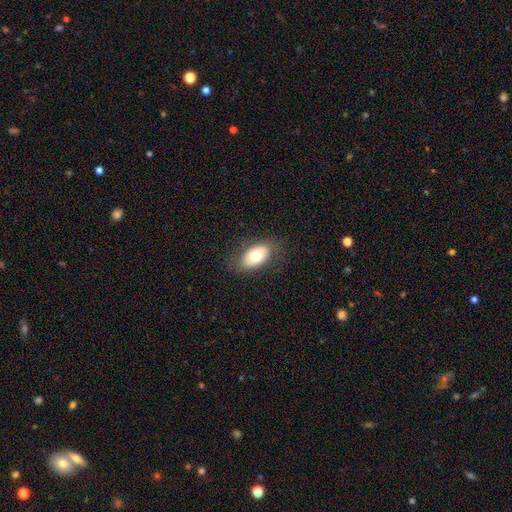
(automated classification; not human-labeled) smooth 71%, featured or disk 22%, star or artifact 7%. Down the decision tree: how rounded — in between (92%); merging — none (81%).